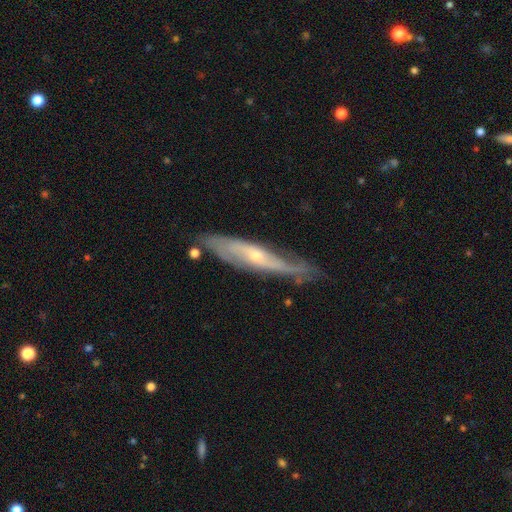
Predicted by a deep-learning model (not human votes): Smooth or featured? Predicted: featured or disk (p=0.76). Edge-on disk? Predicted: yes (p=0.53). Merging? Predicted: none (p=0.66).